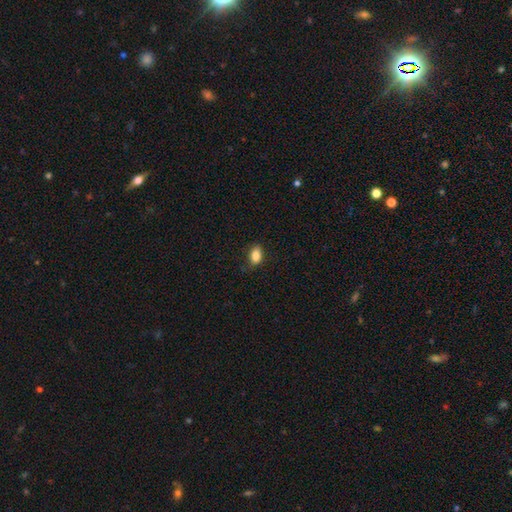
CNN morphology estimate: Smooth or featured: smooth — 87% (star or artifact — 8%)
How rounded: in between — 86% (round — 12%)
Merging: none — 78% (minor disturbance — 17%)